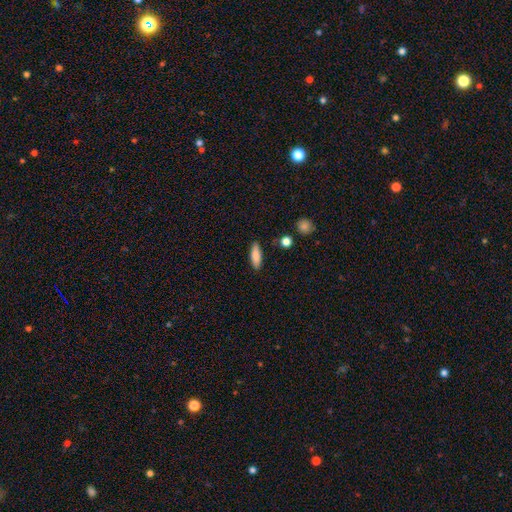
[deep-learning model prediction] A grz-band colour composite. It shows a smooth galaxy with no disk features (84%) that is in between round and cigar-shaped (51%). Merging: none (87%).